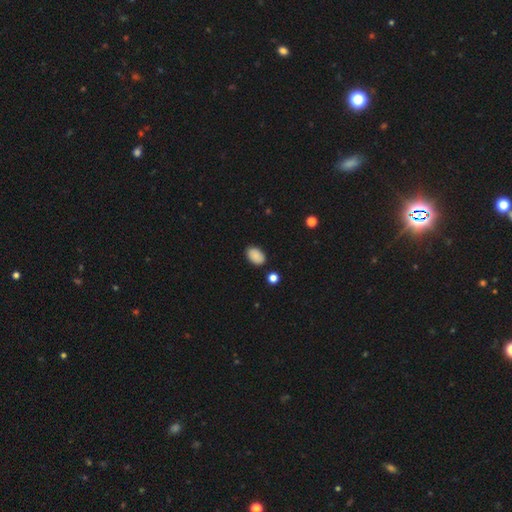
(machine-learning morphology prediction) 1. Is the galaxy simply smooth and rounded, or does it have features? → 88% smooth, 8% star or artifact, 4% featured or disk.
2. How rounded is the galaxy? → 90% in between, 9% round, 1% cigar-shaped.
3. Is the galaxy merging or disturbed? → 84% none, 11% minor disturbance, 2% major disturbance, 2% merger.